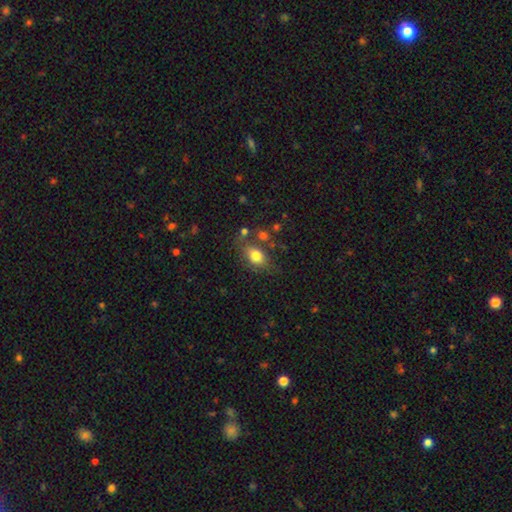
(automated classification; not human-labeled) Smooth or featured: smooth — 79% (featured or disk — 12%)
How rounded: in between — 75% (round — 23%)
Merging: none — 63% (minor disturbance — 20%)